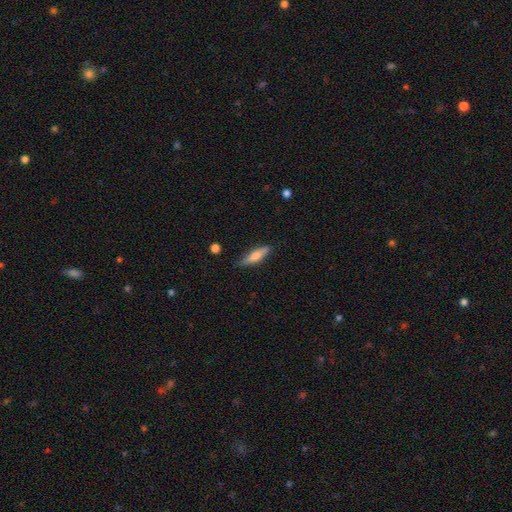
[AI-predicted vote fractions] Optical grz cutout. It shows a smooth galaxy with no disk features (63%) that is cigar-shaped (70%). Merging: none (82%).